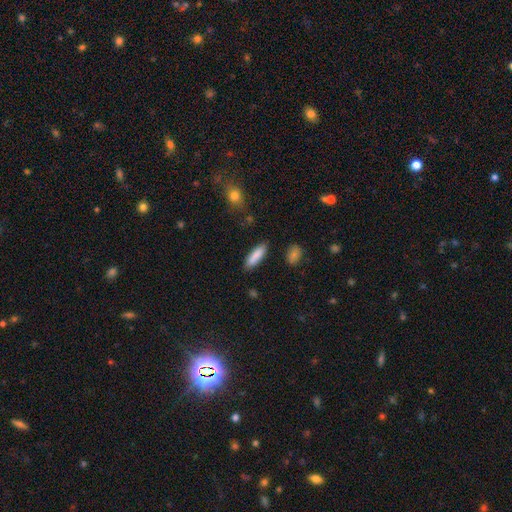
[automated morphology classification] Smooth or featured?
  - smooth: 87% *
  - featured or disk: 7%
  - star or artifact: 6%
How rounded?
  - cigar-shaped: 62% *
  - in between: 37%
  - round: 2%
Merging?
  - none: 87% *
  - minor disturbance: 9%
  - major disturbance: 2%
  - merger: 2%